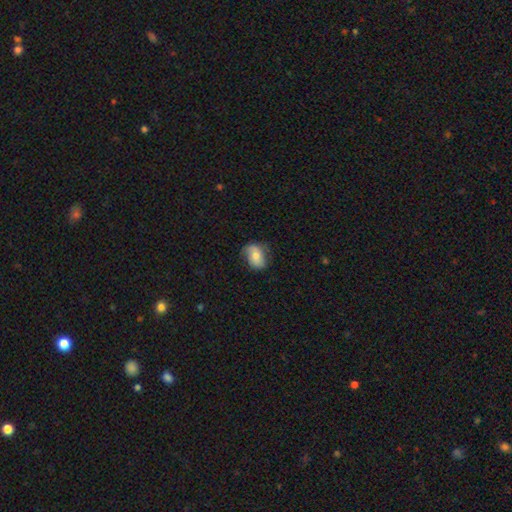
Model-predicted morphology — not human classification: Smooth or featured? smooth (62%)
How rounded? in between (73%)
Merging? none (65%)